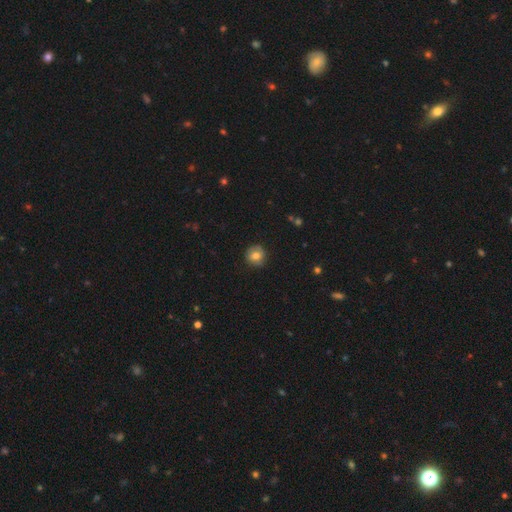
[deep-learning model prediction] A smooth galaxy with no disk features (78%) that is round (88%).

Vote fractions:
- Smooth or featured? smooth: 78% / featured or disk: 13% / star or artifact: 9%
- How rounded? round: 88% / in between: 11% / cigar-shaped: 1%
- Merging? none: 83% / minor disturbance: 13% / major disturbance: 3% / merger: 1%